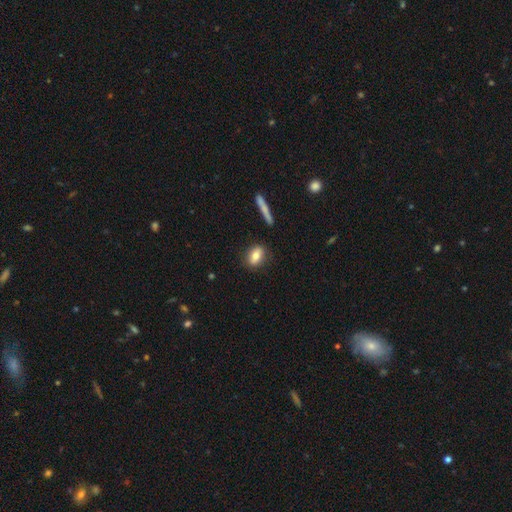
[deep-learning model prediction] Overall: smooth (78%). How rounded: in between (75%). Merging: none (85%).